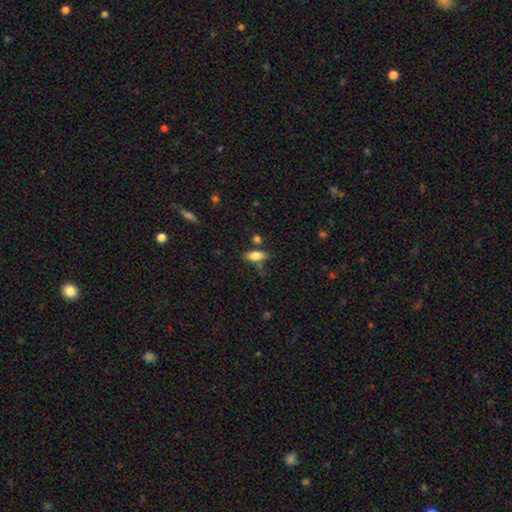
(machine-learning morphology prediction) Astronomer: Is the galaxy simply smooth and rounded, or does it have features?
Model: smooth — 79%.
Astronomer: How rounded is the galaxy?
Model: in between — 80%.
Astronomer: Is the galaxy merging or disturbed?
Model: none — 69%.